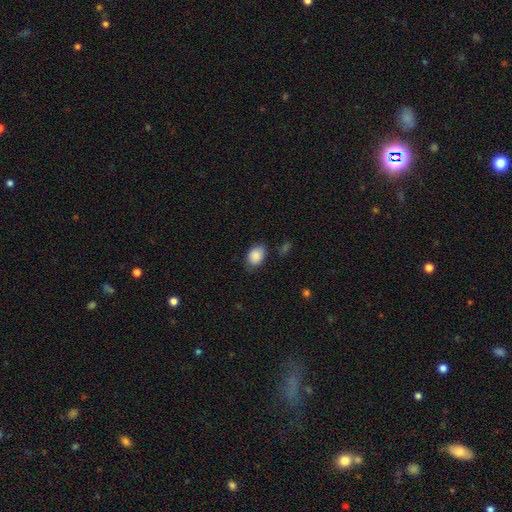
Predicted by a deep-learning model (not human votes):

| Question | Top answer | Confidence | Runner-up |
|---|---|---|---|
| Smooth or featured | smooth | 88% | star or artifact (7%) |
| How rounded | in between | 79% | round (19%) |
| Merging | none | 74% | minor disturbance (20%) |